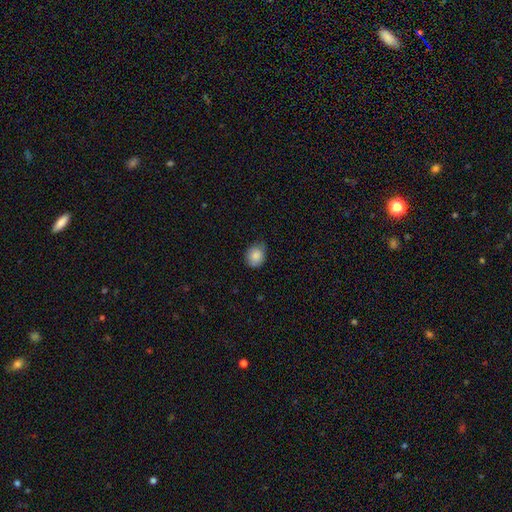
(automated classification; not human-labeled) Smooth or featured? smooth (86%)
How rounded? round (62%)
Merging? none (67%)